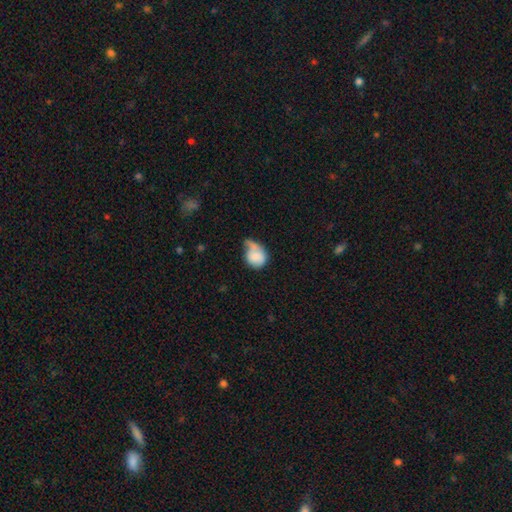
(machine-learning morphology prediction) Overall: smooth (75%). How rounded: round (57%; in between 41%). Merging: minor disturbance (31%; major disturbance 29%).